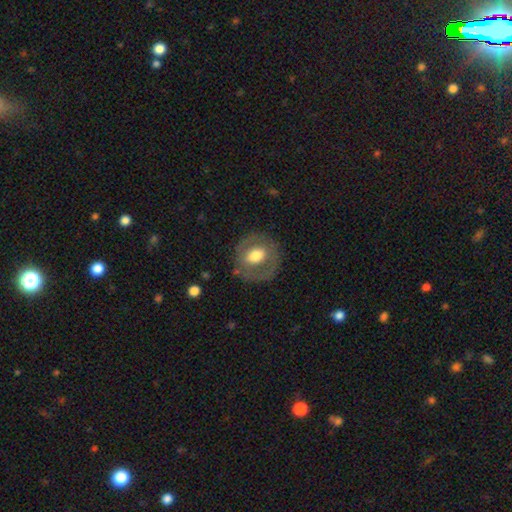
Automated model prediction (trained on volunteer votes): Q: Smooth or featured?
A: smooth (53%); runner-up: featured or disk (40%)
Q: How rounded?
A: round (69%); runner-up: in between (29%)
Q: Merging?
A: none (77%); runner-up: minor disturbance (14%)